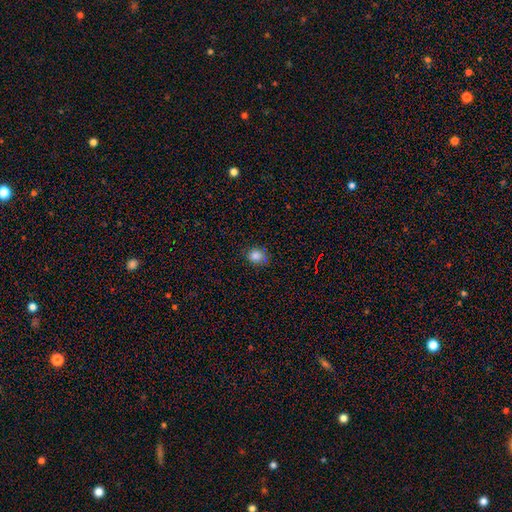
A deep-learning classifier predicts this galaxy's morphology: The model was most divided on "how rounded": round: 69%, in between: 30%, cigar-shaped: 1%. More confident: smooth or featured — smooth (82%); merging — none (77%).